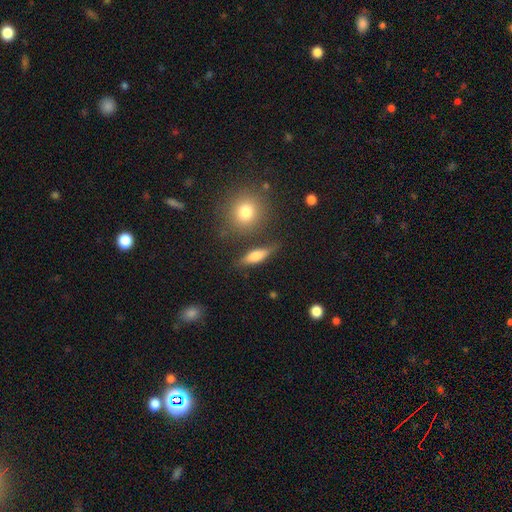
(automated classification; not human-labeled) This is likely a smooth galaxy (66%). How rounded: possibly in between (51%). Merging: likely none (72%).